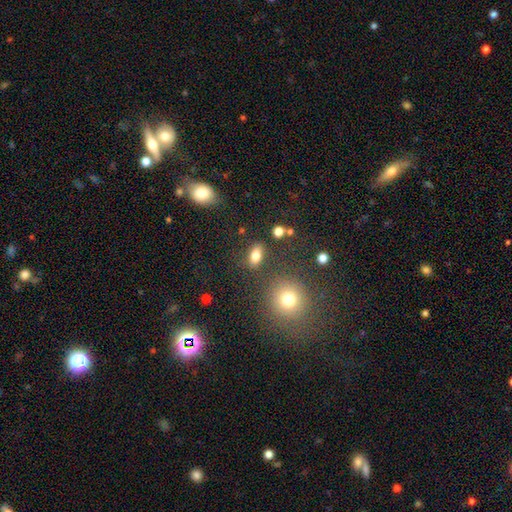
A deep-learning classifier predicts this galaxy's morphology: Smooth or featured: smooth — 80% (star or artifact — 11%)
How rounded: in between — 83% (round — 13%)
Merging: none — 80% (minor disturbance — 11%)